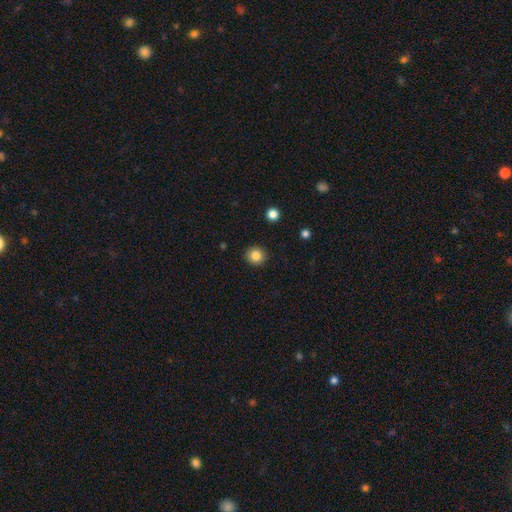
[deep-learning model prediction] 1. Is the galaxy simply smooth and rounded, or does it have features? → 84% smooth, 11% star or artifact, 6% featured or disk.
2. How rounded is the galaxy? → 92% round, 8% in between, 1% cigar-shaped.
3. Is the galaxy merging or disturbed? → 92% none, 5% minor disturbance, 2% major disturbance, 1% merger.